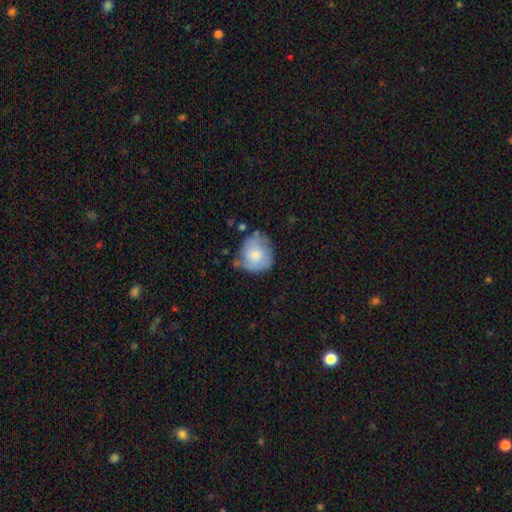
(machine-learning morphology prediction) Smooth or featured: smooth — 67% (featured or disk — 27%)
How rounded: round — 74% (in between — 25%)
Merging: none — 50% (minor disturbance — 34%)